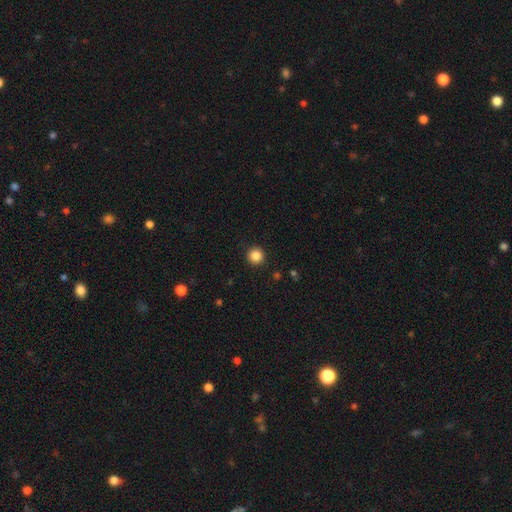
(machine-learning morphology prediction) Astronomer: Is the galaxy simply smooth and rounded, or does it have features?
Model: smooth — 86%.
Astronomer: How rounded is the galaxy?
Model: round — 96%.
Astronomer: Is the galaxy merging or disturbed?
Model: none — 93%.